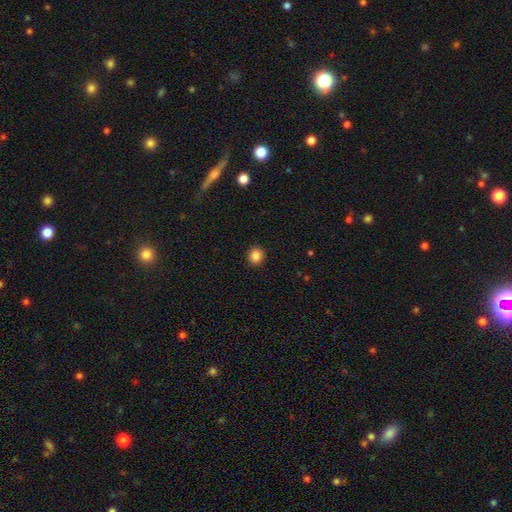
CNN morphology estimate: type=smooth (85%); roundness=round (84%); merging=none (92%).